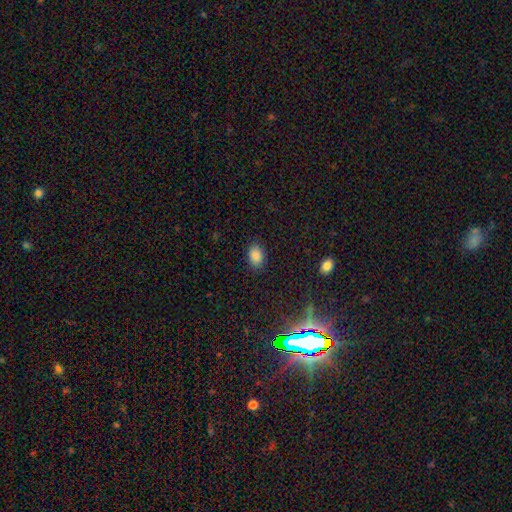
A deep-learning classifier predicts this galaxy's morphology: A smooth galaxy with no disk features (84%) that is in between round and cigar-shaped (85%). Merging: none (86%).